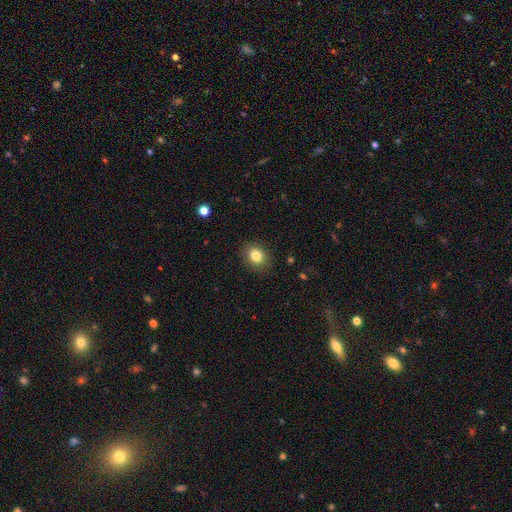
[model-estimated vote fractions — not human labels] Q: Smooth or featured?
A: smooth (82%); runner-up: star or artifact (11%)
Q: How rounded?
A: round (60%); runner-up: in between (39%)
Q: Merging?
A: none (88%); runner-up: minor disturbance (9%)